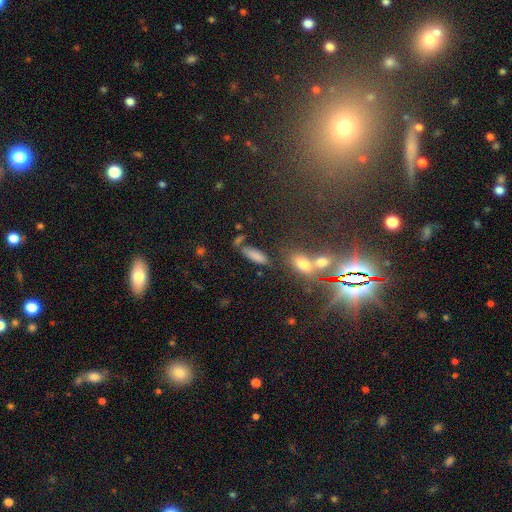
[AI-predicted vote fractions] Smooth or featured: smooth — 80% (star or artifact — 11%)
How rounded: in between — 49% (cigar-shaped — 48%)
Merging: none — 68% (minor disturbance — 15%)